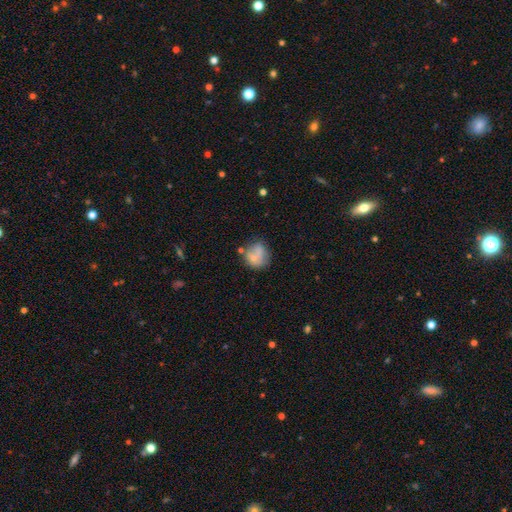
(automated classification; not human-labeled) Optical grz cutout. It shows a smooth galaxy with no disk features (66%) that is round (73%). Merging: none (50%).